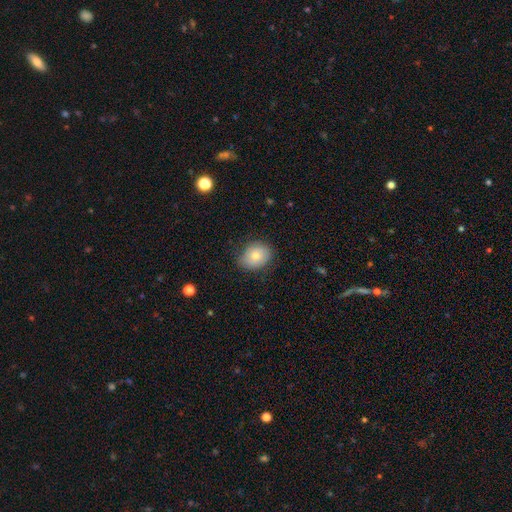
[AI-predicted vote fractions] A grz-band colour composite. It shows a smooth galaxy with no disk features (76%) that is in between round and cigar-shaped (50%). Merging: none (74%).